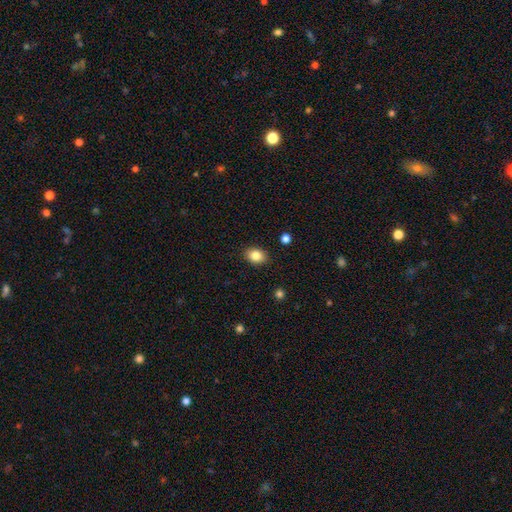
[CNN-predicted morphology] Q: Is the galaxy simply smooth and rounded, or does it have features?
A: smooth — 84%.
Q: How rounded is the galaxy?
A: in between — 66%.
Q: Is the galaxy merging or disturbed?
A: none — 88%.